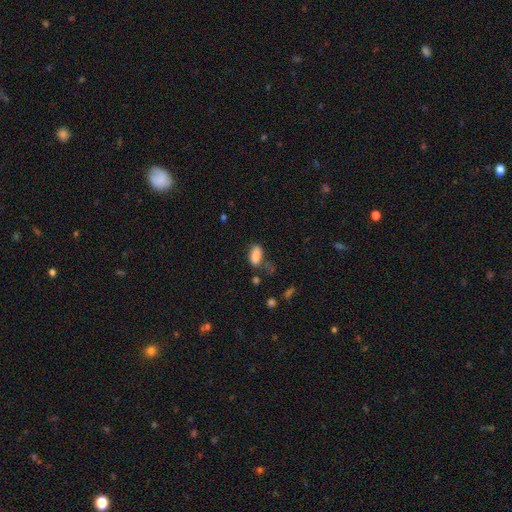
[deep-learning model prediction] smooth-or-featured: smooth: 85% | star or artifact: 9% | featured or disk: 6%
  how-rounded: in between: 86% | cigar-shaped: 10% | round: 3%
  merging: none: 54% | minor disturbance: 26% | major disturbance: 11% | merger: 8%